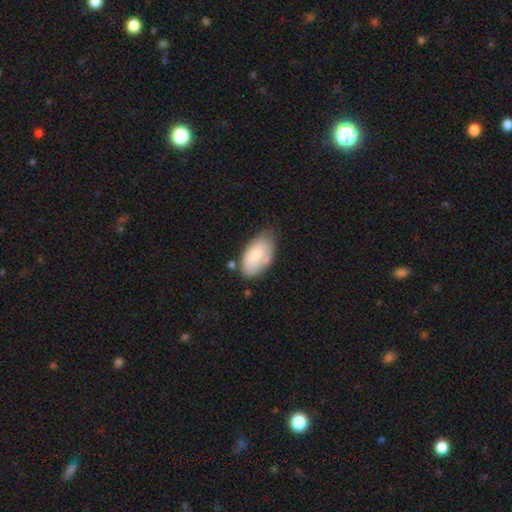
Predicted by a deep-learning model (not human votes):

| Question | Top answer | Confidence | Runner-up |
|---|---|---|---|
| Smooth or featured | smooth | 76% | featured or disk (18%) |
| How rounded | in between | 95% | round (3%) |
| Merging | none | 60% | minor disturbance (27%) |